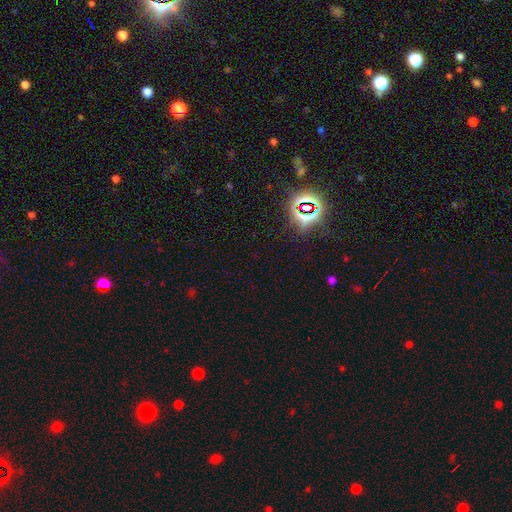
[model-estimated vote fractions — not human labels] This is likely a star or artifact rather than a galaxy (74%).